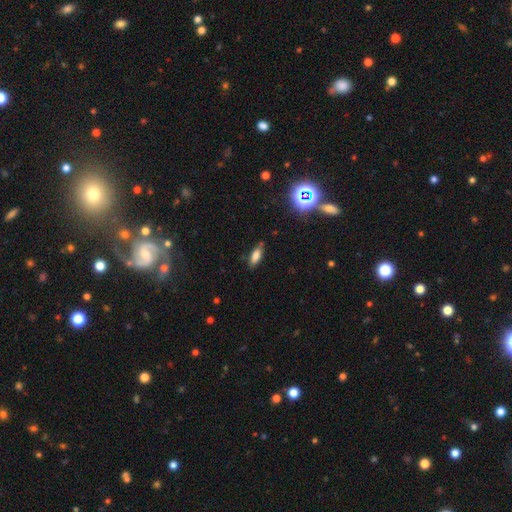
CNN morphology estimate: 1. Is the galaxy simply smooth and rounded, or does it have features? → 75% smooth, 13% featured or disk, 11% star or artifact.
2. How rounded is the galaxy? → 68% in between, 29% cigar-shaped, 3% round.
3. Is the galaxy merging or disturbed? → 77% none, 17% minor disturbance, 4% major disturbance, 2% merger.